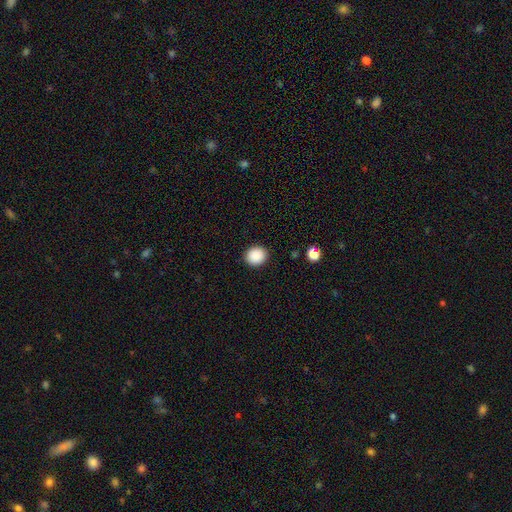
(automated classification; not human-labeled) smooth 89%, star or artifact 9%, featured or disk 2%. Down the decision tree: how rounded — round (80%); merging — none (91%).